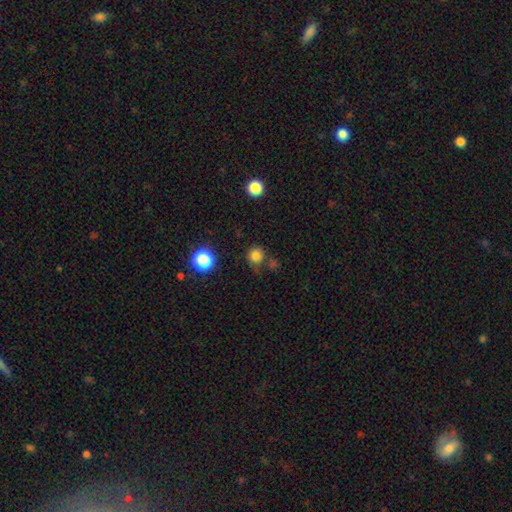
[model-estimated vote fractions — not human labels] Smooth or featured?
  - smooth: 79% *
  - star or artifact: 16%
  - featured or disk: 5%
How rounded?
  - round: 91% *
  - in between: 8%
  - cigar-shaped: 1%
Merging?
  - none: 71% *
  - minor disturbance: 14%
  - merger: 9%
  - major disturbance: 5%